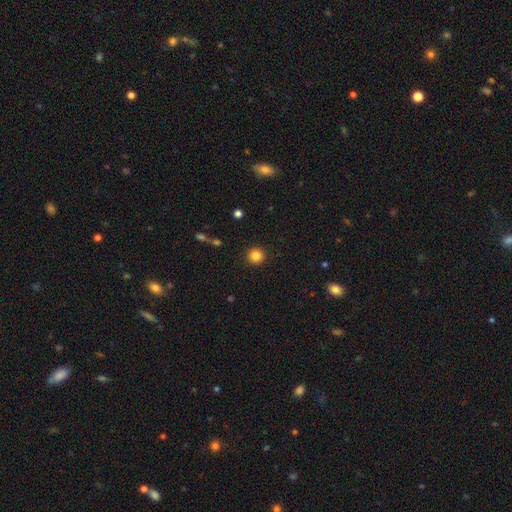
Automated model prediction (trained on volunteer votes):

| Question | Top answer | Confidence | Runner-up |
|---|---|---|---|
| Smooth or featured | smooth | 85% | star or artifact (11%) |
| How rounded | round | 95% | in between (4%) |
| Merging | none | 92% | minor disturbance (5%) |